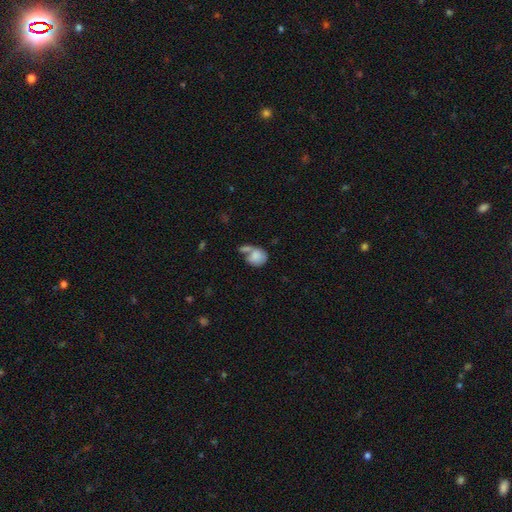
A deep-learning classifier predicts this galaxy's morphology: A smooth galaxy with no disk features (77%) that is round (57%). Merging: merger (42%).